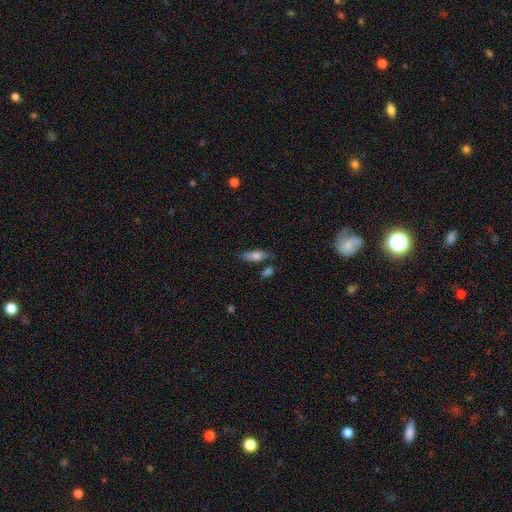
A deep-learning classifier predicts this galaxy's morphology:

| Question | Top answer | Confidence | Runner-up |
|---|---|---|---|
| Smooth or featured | smooth | 75% | featured or disk (17%) |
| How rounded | in between | 63% | cigar-shaped (34%) |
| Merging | none | 63% | minor disturbance (21%) |